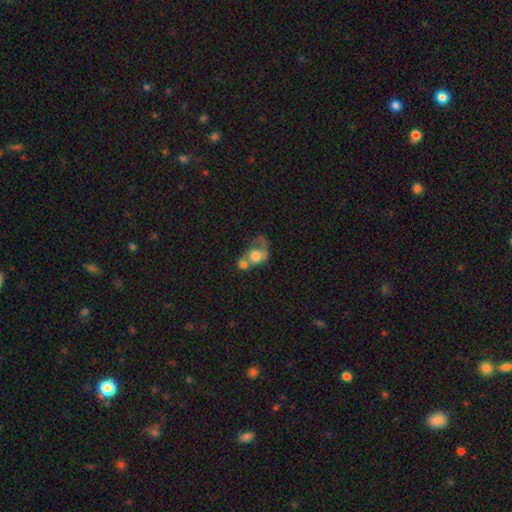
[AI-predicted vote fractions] This appears to be a smooth galaxy with no disk features (48%). Merging: merger (59%).